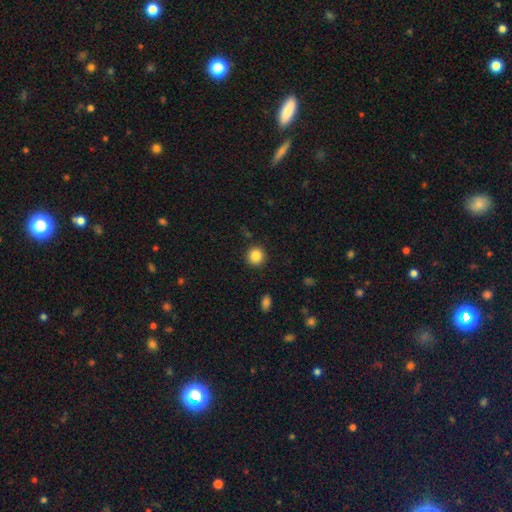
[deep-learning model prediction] A smooth galaxy with no disk features (86%) that is round (91%). Merging: none (90%).